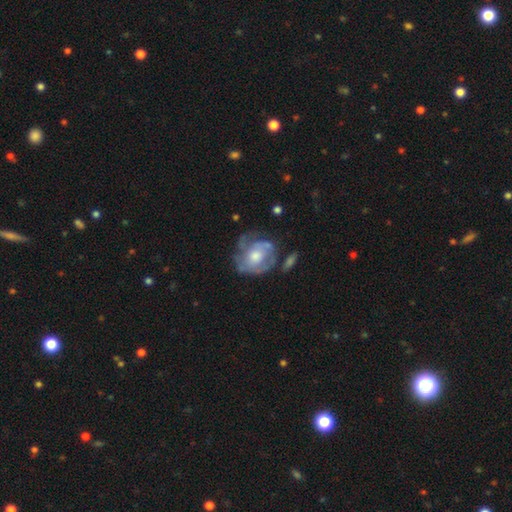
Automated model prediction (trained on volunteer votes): smooth-or-featured: featured or disk: 68% | smooth: 26% | star or artifact: 6%
  disk-edge-on: no: 97% | yes: 3%
    bar: no: 79% | weak: 18% | strong: 3%
    has-spiral-arms: yes: 72% | no: 28%
    bulge-size: moderate: 61% | small: 18% | large: 16% | none: 3% | dominant: 1%
  merging: none: 50% | minor disturbance: 26% | major disturbance: 20% | merger: 4%